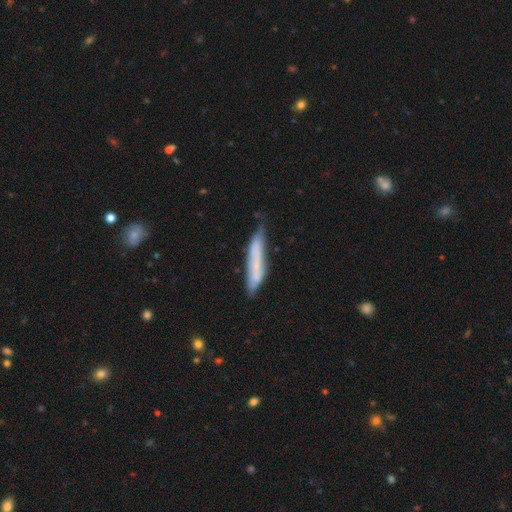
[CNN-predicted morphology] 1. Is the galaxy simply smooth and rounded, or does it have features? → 56% smooth, 36% featured or disk, 8% star or artifact.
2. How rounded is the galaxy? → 89% cigar-shaped, 9% in between, 2% round.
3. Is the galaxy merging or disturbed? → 52% none, 33% minor disturbance, 10% major disturbance, 5% merger.